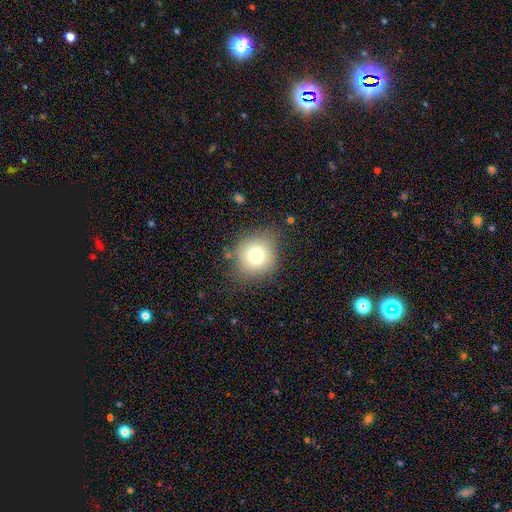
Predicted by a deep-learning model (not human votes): This is likely a smooth galaxy (75%). How rounded: clearly round (85%). Merging: likely none (78%).